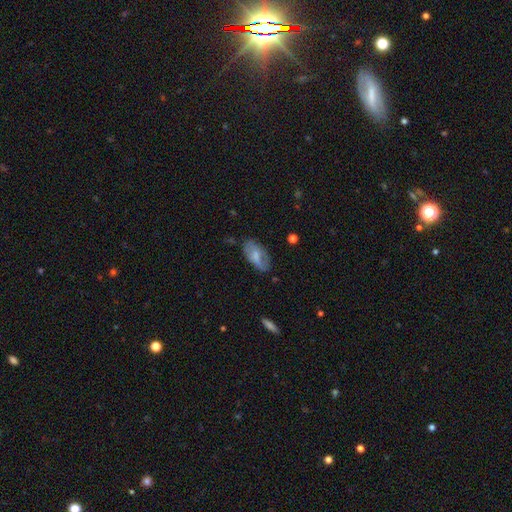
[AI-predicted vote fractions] The model was most divided on "smooth or featured": smooth: 58%, featured or disk: 35%, star or artifact: 7%. More confident: how rounded — in between (91%); merging — none (65%).